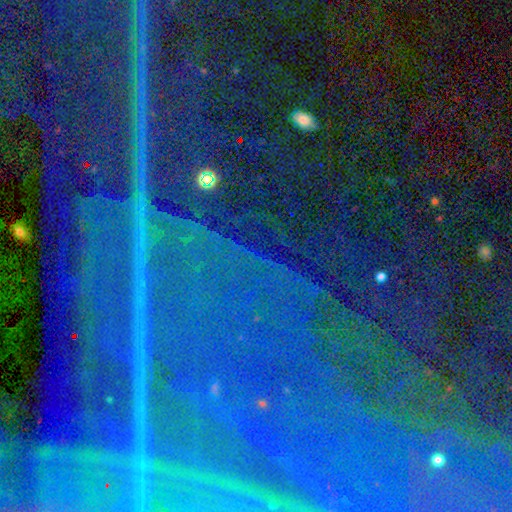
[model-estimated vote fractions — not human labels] Q: Smooth or featured?
A: star or artifact (88%); runner-up: featured or disk (7%)